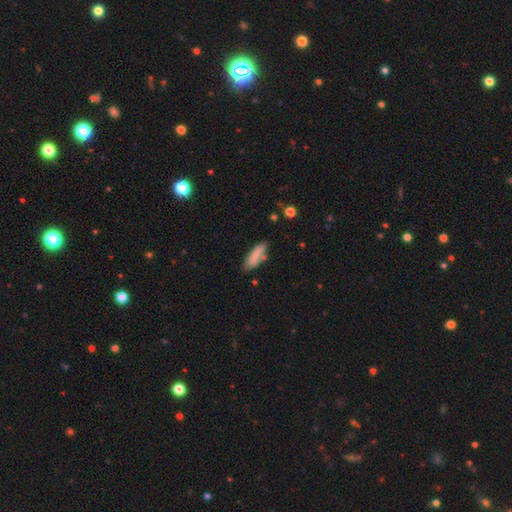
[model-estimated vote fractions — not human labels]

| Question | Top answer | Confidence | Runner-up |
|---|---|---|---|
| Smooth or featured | smooth | 82% | featured or disk (11%) |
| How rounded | cigar-shaped | 50% | in between (48%) |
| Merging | none | 67% | minor disturbance (22%) |